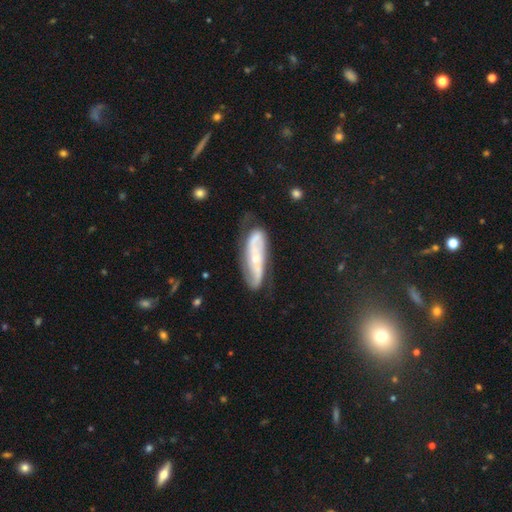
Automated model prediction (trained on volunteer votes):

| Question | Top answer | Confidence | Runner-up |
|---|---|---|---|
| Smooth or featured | featured or disk | 77% | smooth (15%) |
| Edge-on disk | no | 82% | yes (18%) |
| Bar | no | 51% | weak (28%) |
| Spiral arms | yes | 92% | no (8%) |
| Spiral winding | medium | 40% | tight (32%) |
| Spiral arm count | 2 | 80% | can't tell (12%) |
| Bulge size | small | 63% | moderate (33%) |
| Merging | none | 69% | minor disturbance (21%) |